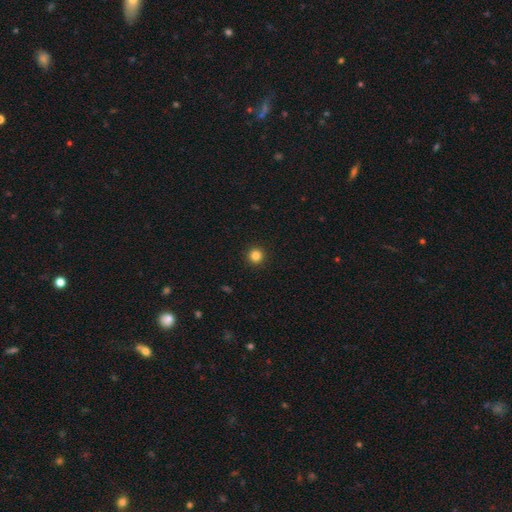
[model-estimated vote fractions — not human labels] The model was most divided on "smooth or featured": smooth: 84%, star or artifact: 12%, featured or disk: 4%. More confident: how rounded — round (96%); merging — none (94%).